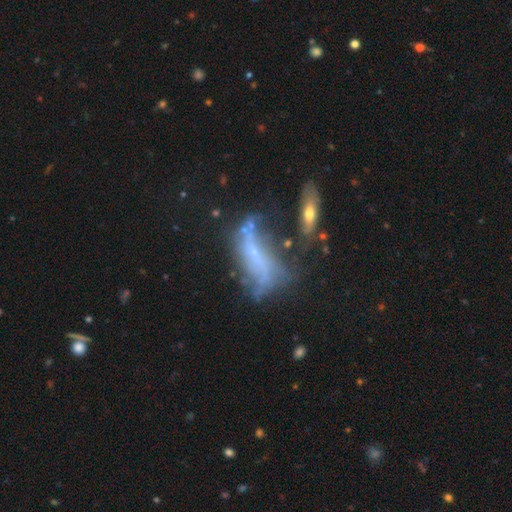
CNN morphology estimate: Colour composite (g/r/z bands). It shows a featured or disk galaxy (54%). Merging: none (31%).